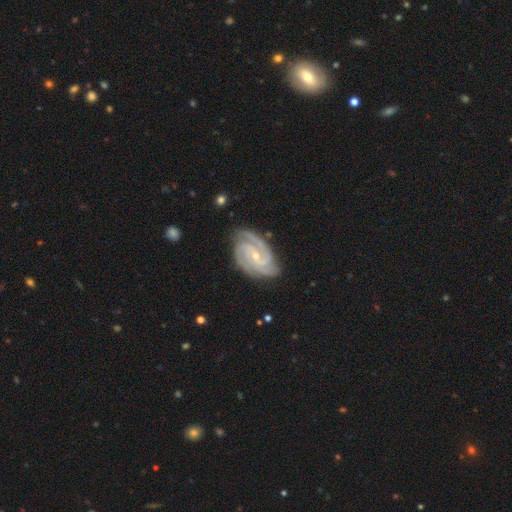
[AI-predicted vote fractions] smooth-or-featured: featured or disk: 92% | star or artifact: 4% | smooth: 4%
  disk-edge-on: no: 98% | yes: 2%
    bar: no: 47% | weak: 38% | strong: 15%
    has-spiral-arms: yes: 99% | no: 1%
      spiral-winding: tight: 62% | medium: 34% | loose: 4%
      spiral-arm-count: 3: 50% | 2: 19% | 4: 14% | can't tell: 8% | more than 4: 5% | 1: 5%
    bulge-size: small: 74% | moderate: 23% | none: 1% | large: 1% | dominant: 1%
  merging: none: 77% | minor disturbance: 18% | major disturbance: 4% | merger: 1%